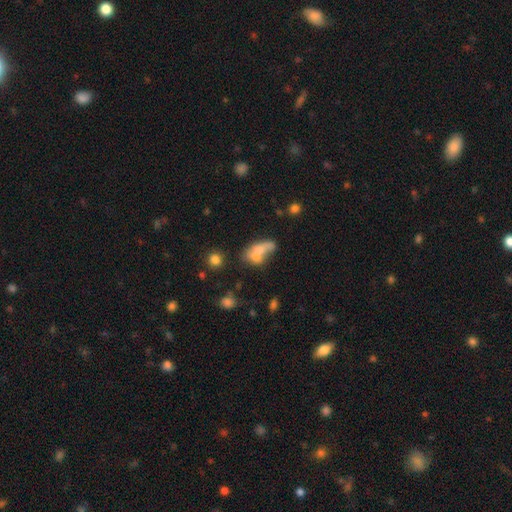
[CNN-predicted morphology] Overall: smooth (61%; featured or disk 25%). How rounded: in between (72%). Merging: merger (46%; none 24%).